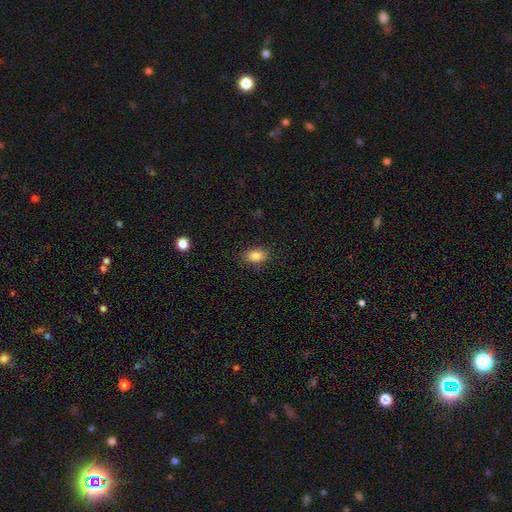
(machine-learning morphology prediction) A smooth galaxy with no disk features (86%) that is in between round and cigar-shaped (88%). Merging: none (86%).